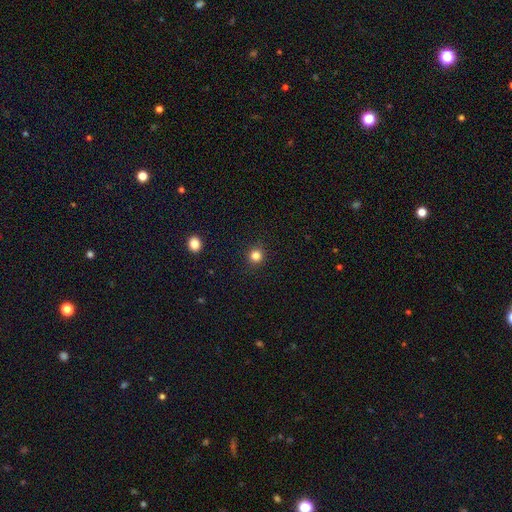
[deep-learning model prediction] Smooth or featured: smooth — 83% (star or artifact — 13%)
How rounded: round — 93% (in between — 6%)
Merging: none — 91% (minor disturbance — 6%)